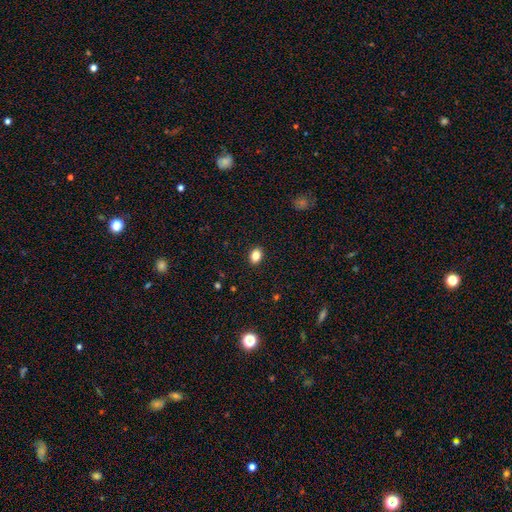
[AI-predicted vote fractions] Morphology: type=smooth (84%); roundness=in between (75%); merging=none (90%).